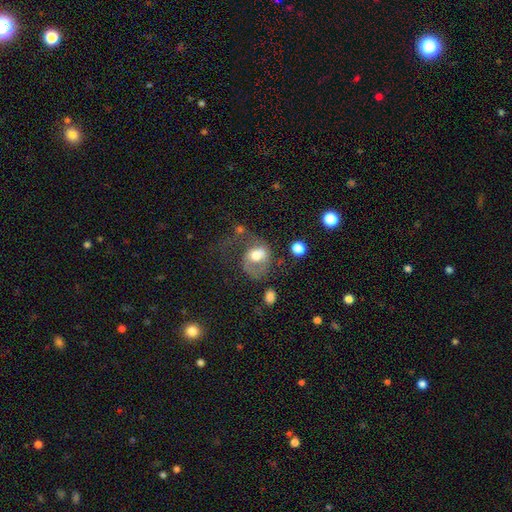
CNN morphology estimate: type=featured or disk (46%); merging=major disturbance (50%).